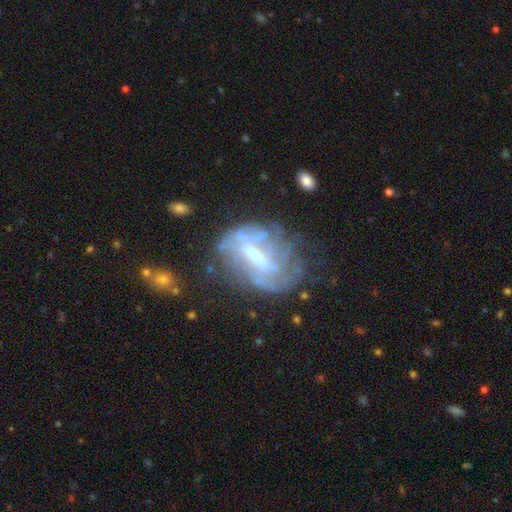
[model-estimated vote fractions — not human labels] Smooth or featured? featured or disk (73%)
Edge-on disk? no (94%)
Bar? strong (43%)
Spiral arms? yes (57%)
Bulge size? moderate (46%)
Merging? none (52%)